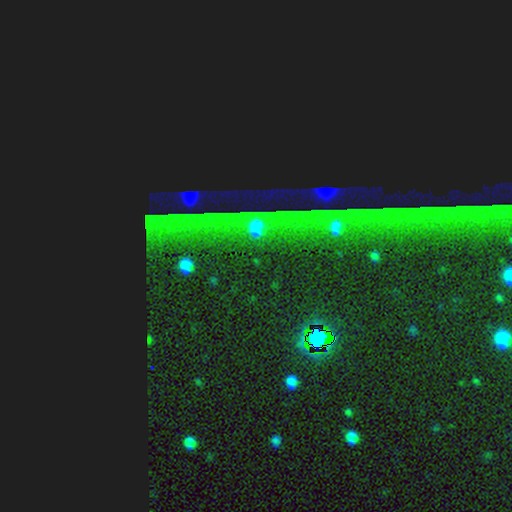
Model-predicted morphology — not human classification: This appears to be a star or artifact, not a galaxy (82%).